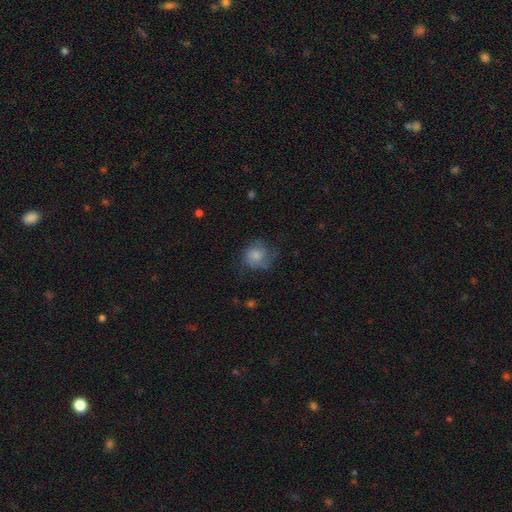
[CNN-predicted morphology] Smooth or featured? Predicted: smooth (p=0.59). How rounded? Predicted: round (p=0.78). Merging? Predicted: none (p=0.52).